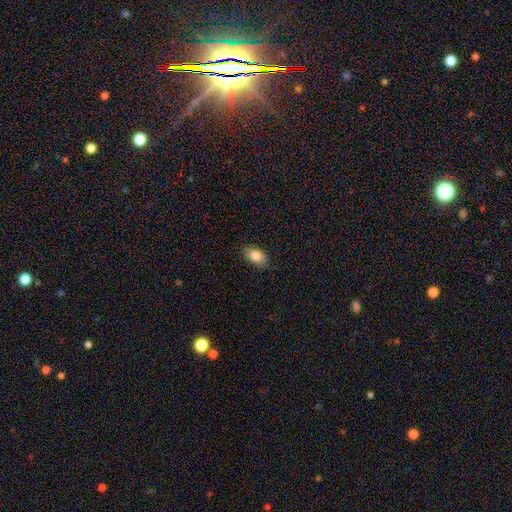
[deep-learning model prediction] This is clearly a smooth galaxy (85%). How rounded: clearly in between (89%). Merging: clearly none (85%).